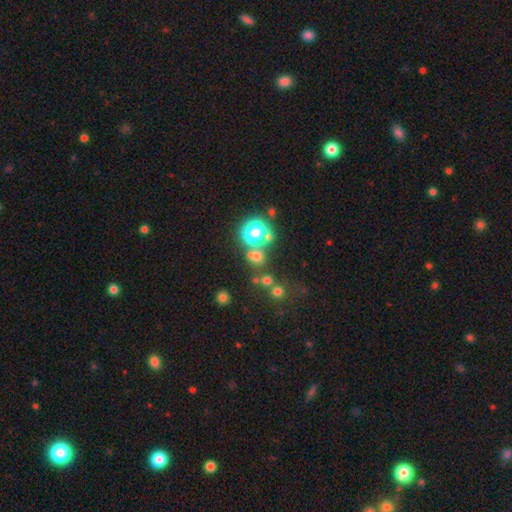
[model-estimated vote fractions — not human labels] smooth 58%, star or artifact 32%, featured or disk 10%. Down the decision tree: how rounded — round (83%); merging — none (64%).